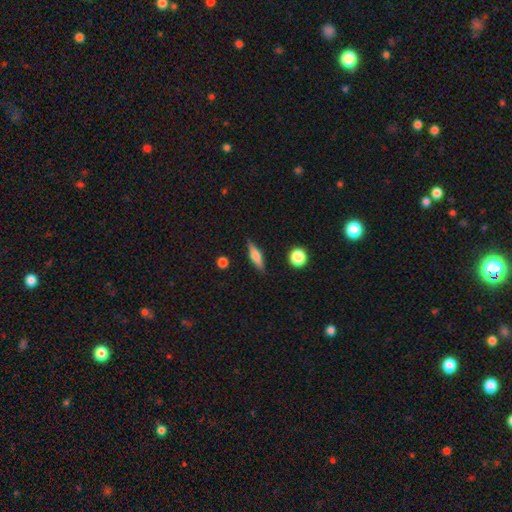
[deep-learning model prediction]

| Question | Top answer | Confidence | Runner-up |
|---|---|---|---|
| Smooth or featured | smooth | 53% | featured or disk (39%) |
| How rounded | cigar-shaped | 67% | in between (28%) |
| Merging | none | 86% | minor disturbance (10%) |